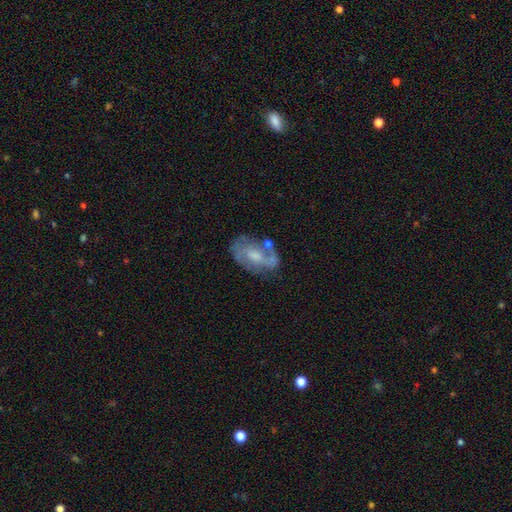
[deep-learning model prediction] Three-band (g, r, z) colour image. It shows a featured or disk galaxy (69%) with no bar (55%), spiral arms (70%) and a moderate central bulge (53%). Merging: none (54%).